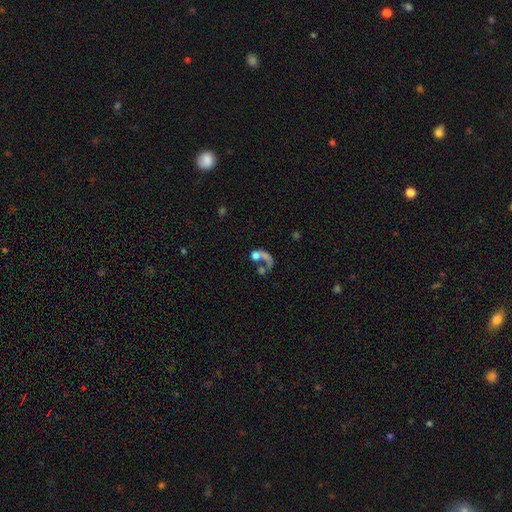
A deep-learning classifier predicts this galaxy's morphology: This appears to be a featured or disk galaxy (45%). Merging: merger (43%).